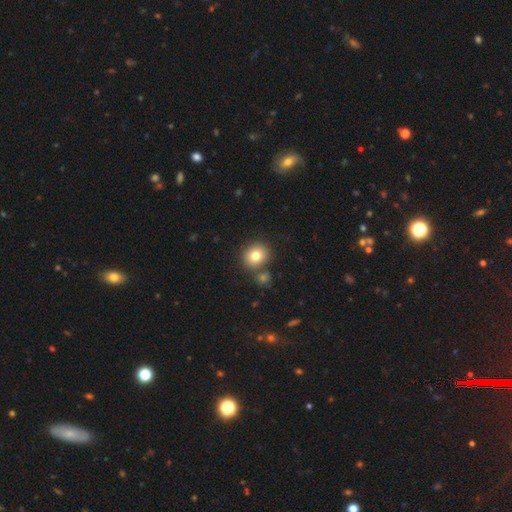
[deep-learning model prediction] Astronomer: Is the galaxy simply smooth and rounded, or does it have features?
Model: smooth — 79%.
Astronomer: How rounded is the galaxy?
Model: round — 80%.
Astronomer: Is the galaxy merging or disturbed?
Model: none — 73%.